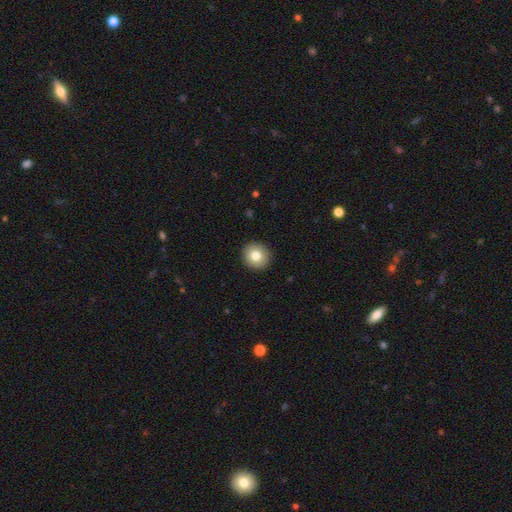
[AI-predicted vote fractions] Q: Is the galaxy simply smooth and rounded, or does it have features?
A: smooth — 80%.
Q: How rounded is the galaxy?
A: round — 89%.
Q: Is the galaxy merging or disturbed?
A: none — 92%.